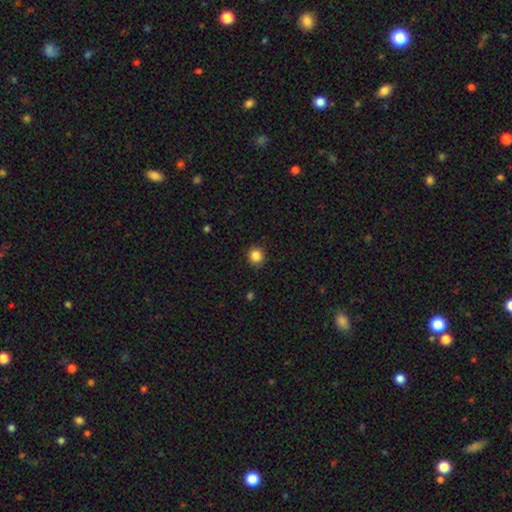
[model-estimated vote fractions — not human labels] Q: Smooth or featured?
A: smooth (86%); runner-up: star or artifact (11%)
Q: How rounded?
A: round (91%); runner-up: in between (8%)
Q: Merging?
A: none (90%); runner-up: minor disturbance (7%)